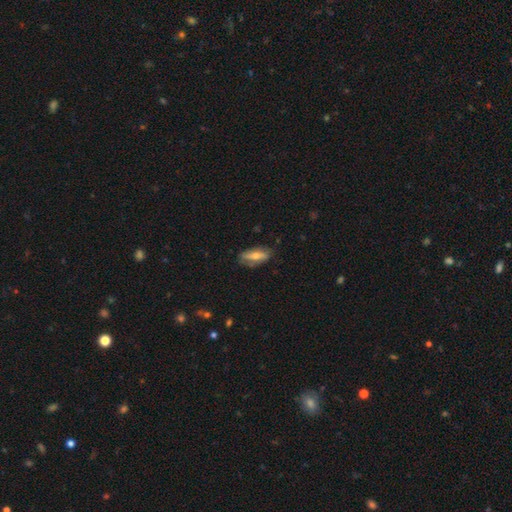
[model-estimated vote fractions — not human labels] This appears to be a smooth galaxy with no disk features (50%). Merging: none (73%).